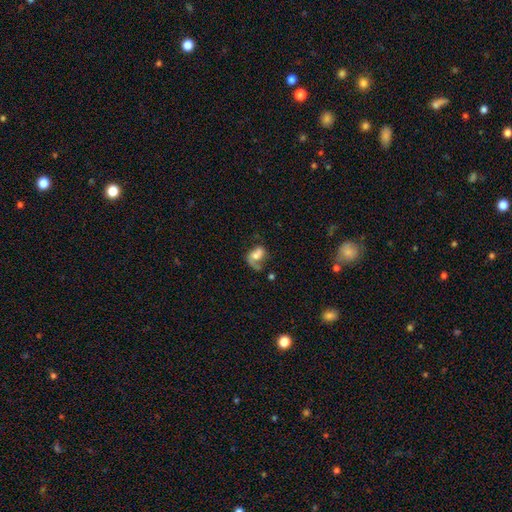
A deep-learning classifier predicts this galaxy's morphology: Smooth or featured?
  - featured or disk: 55% *
  - smooth: 35%
  - star or artifact: 10%
Edge-on disk?
  - no: 97% *
  - yes: 3%
Bar?
  - no: 64% *
  - weak: 27%
  - strong: 9%
Spiral arms?
  - yes: 75% *
  - no: 25%
Bulge size?
  - moderate: 44% *
  - small: 26%
  - large: 16%
  - none: 11%
  - dominant: 3%
Merging?
  - major disturbance: 37% *
  - none: 31%
  - minor disturbance: 19%
  - merger: 13%